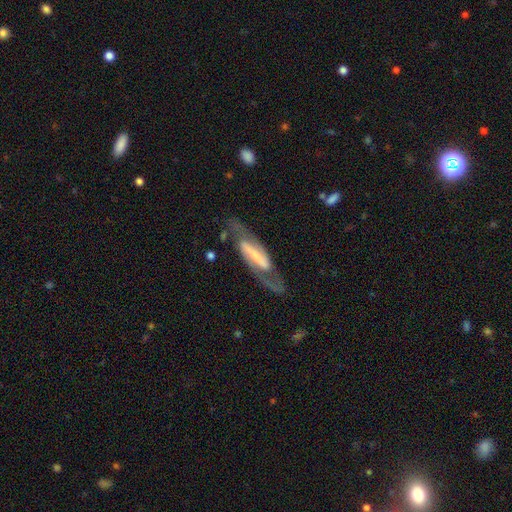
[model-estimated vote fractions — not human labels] A featured or disk galaxy (84%) with a strong bar (66%), 2 (90%) medium (51%) spiral arms (91%) and a small central bulge (49%). Merging: none (74%).